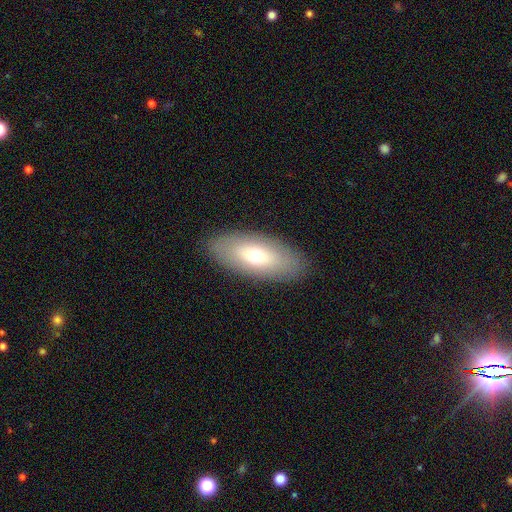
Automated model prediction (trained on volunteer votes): Morphology: type=smooth (63%); roundness=in between (85%); merging=none (88%).